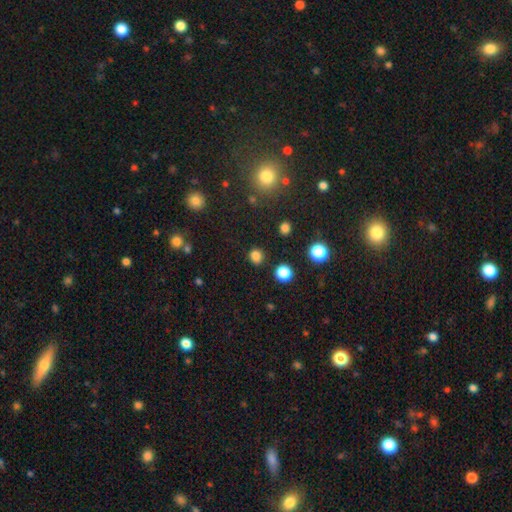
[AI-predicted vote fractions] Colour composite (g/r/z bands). It shows a smooth galaxy with no disk features (79%) that is round (82%). Merging: none (86%).